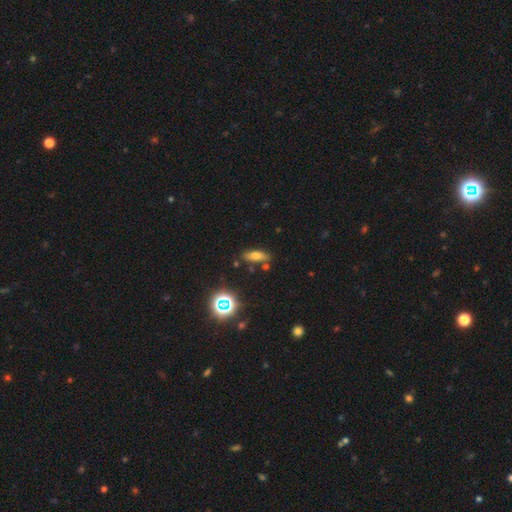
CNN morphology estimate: This appears to be a smooth galaxy with no disk features (65%) that is in between round and cigar-shaped (66%). Merging: none (79%).